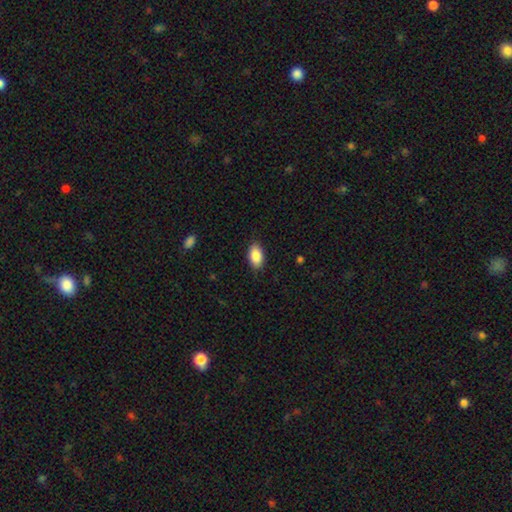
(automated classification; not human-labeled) smooth 88%, star or artifact 7%, featured or disk 5%. Down the decision tree: how rounded — in between (93%); merging — none (86%).